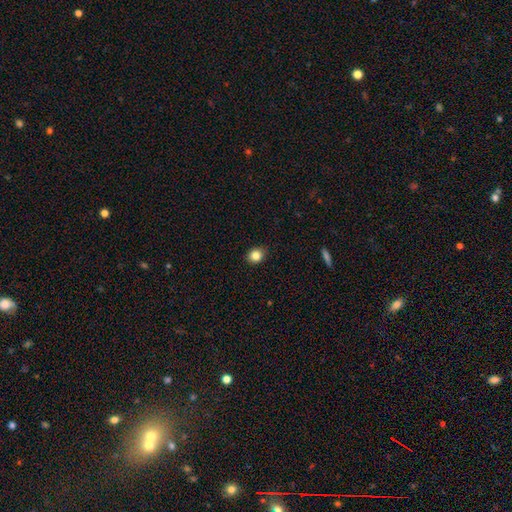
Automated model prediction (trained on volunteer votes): smooth-or-featured: smooth: 84% | star or artifact: 10% | featured or disk: 6%
  how-rounded: round: 64% | in between: 35% | cigar-shaped: 1%
  merging: none: 89% | minor disturbance: 8% | major disturbance: 2% | merger: 1%